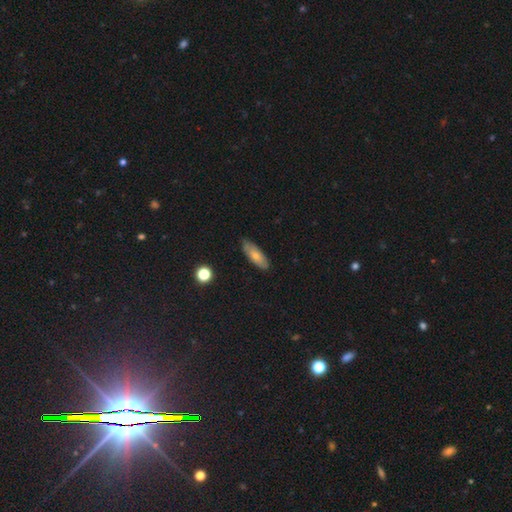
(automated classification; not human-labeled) Smooth or featured? smooth (70%)
How rounded? in between (66%)
Merging? none (79%)